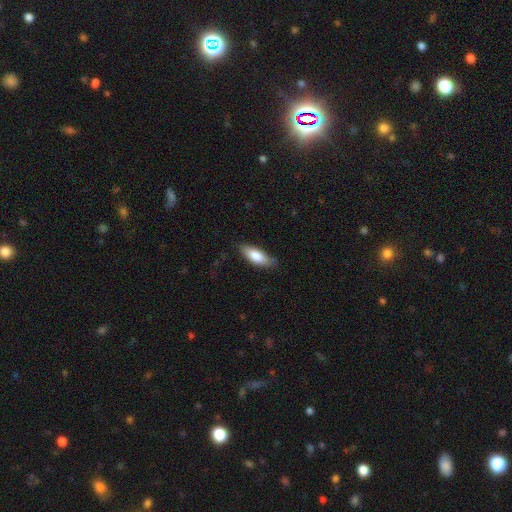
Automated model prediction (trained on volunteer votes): Smooth or featured? smooth (79%)
How rounded? in between (73%)
Merging? none (74%)